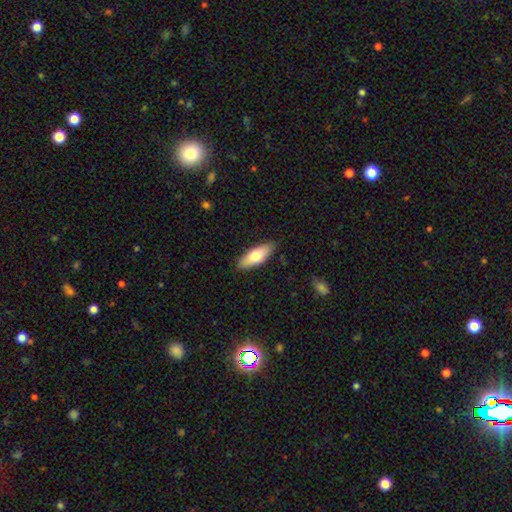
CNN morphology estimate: Smooth or featured? smooth (69%)
How rounded? in between (68%)
Merging? none (88%)